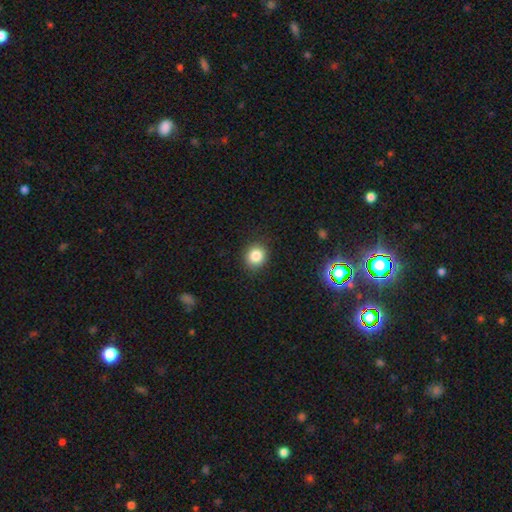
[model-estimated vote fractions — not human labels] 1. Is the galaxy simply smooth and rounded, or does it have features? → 84% smooth, 11% star or artifact, 5% featured or disk.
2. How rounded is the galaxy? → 77% round, 22% in between, 1% cigar-shaped.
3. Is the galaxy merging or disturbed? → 89% none, 8% minor disturbance, 2% major disturbance, 1% merger.